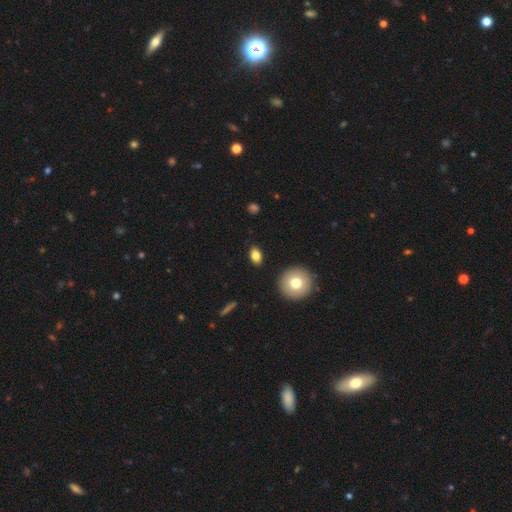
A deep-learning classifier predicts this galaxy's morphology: This is clearly a smooth galaxy (81%). How rounded: likely in between (79%). Merging: clearly none (88%).